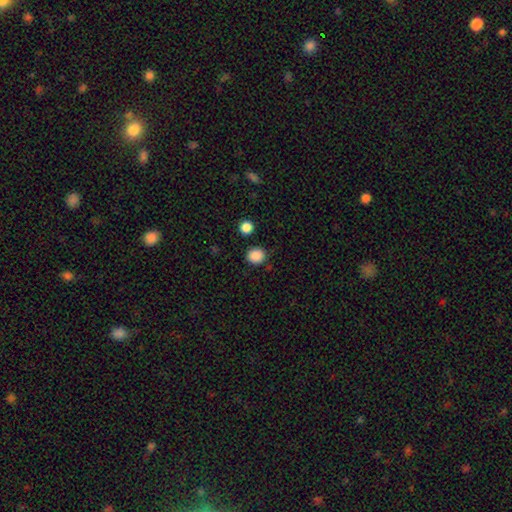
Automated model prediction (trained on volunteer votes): A smooth galaxy with no disk features (87%) that is round (84%).

Vote fractions:
- Smooth or featured? smooth: 87% / star or artifact: 10% / featured or disk: 3%
- How rounded? round: 84% / in between: 16% / cigar-shaped: 1%
- Merging? none: 85% / minor disturbance: 9% / merger: 3% / major disturbance: 3%